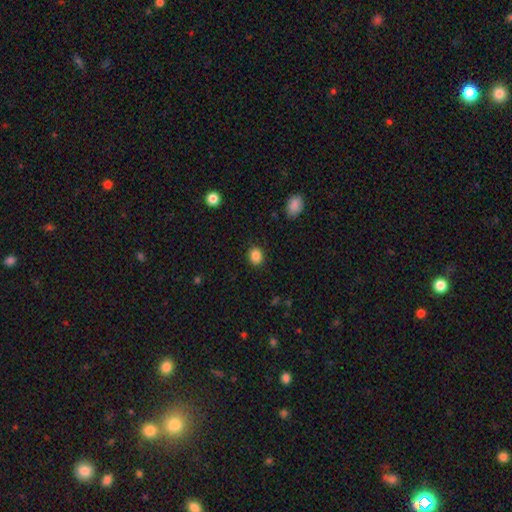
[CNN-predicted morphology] Smooth or featured?
  - smooth: 87% *
  - star or artifact: 10%
  - featured or disk: 4%
How rounded?
  - round: 64% *
  - in between: 35%
  - cigar-shaped: 1%
Merging?
  - none: 89% *
  - minor disturbance: 7%
  - major disturbance: 2%
  - merger: 1%